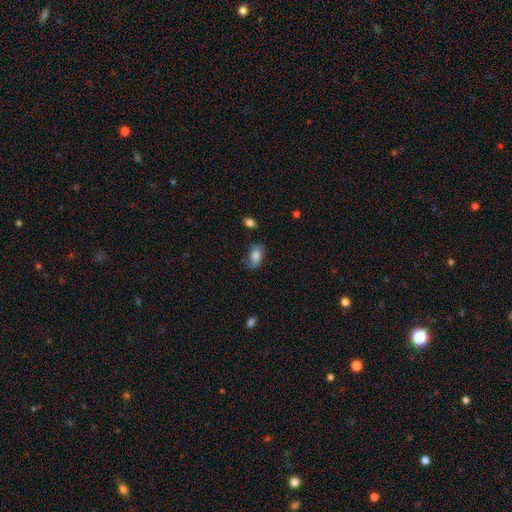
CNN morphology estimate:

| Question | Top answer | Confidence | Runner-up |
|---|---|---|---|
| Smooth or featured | smooth | 72% | featured or disk (20%) |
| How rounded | in between | 87% | round (12%) |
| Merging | none | 59% | minor disturbance (28%) |